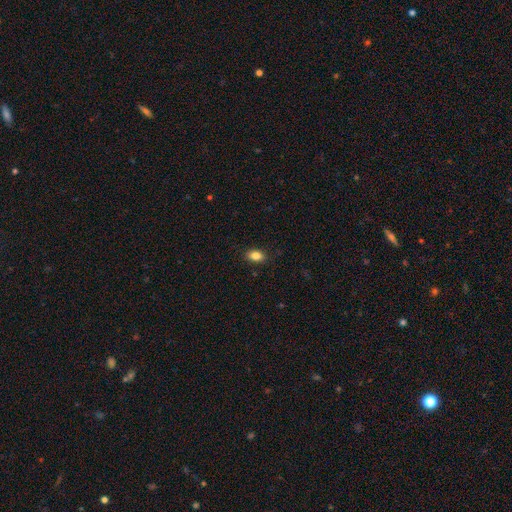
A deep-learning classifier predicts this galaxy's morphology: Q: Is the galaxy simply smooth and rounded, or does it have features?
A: smooth — 86%.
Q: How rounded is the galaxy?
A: in between — 85%.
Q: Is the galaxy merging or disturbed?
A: none — 87%.